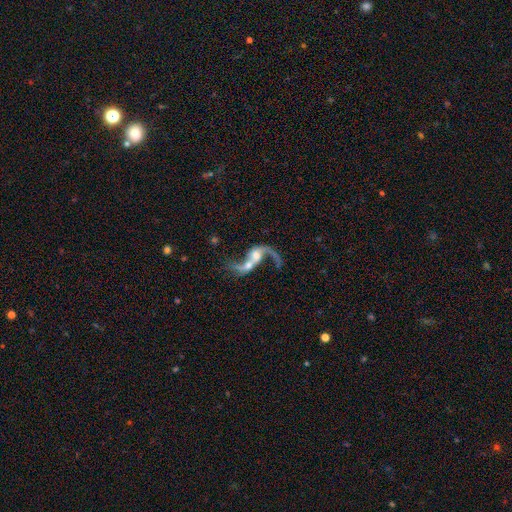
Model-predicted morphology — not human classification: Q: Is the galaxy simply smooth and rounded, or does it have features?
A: featured or disk — 80%.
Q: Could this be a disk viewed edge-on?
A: no — 95%.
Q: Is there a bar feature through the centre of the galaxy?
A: no — 54%.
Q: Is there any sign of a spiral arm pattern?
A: yes — 84%.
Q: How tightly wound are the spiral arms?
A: loose — 92%.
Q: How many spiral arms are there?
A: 2 — 79%.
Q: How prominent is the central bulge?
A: moderate — 48%.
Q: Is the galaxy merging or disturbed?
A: merger — 55%.